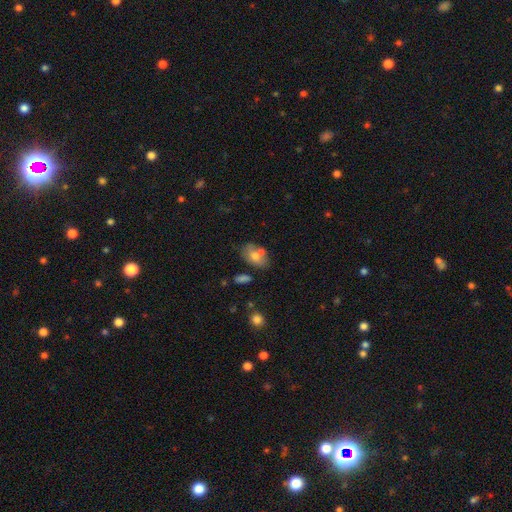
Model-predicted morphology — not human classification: Smooth or featured?
  - smooth: 69% *
  - featured or disk: 23%
  - star or artifact: 8%
How rounded?
  - in between: 87% *
  - round: 11%
  - cigar-shaped: 2%
Merging?
  - none: 56% *
  - merger: 21%
  - minor disturbance: 18%
  - major disturbance: 5%